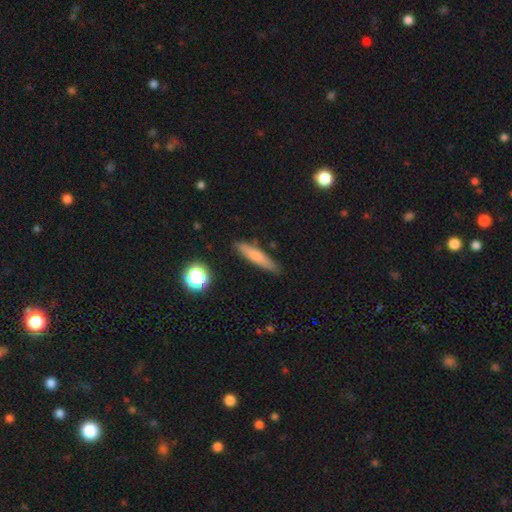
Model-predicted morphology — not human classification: Smooth or featured: smooth — 70% (featured or disk — 21%)
How rounded: cigar-shaped — 86% (in between — 12%)
Merging: none — 85% (minor disturbance — 11%)